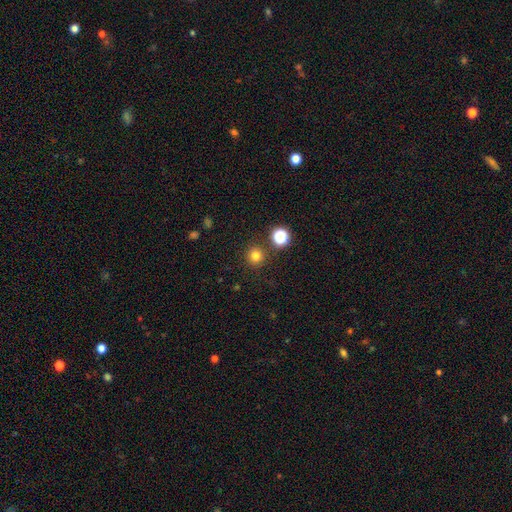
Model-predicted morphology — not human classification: type=smooth (78%); roundness=round (94%); merging=none (87%).